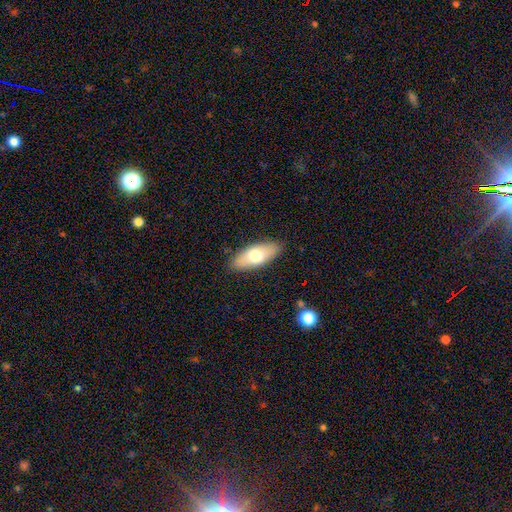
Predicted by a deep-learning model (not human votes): Smooth or featured? Predicted: smooth (p=0.69). How rounded? Predicted: in between (p=0.79). Merging? Predicted: none (p=0.87).